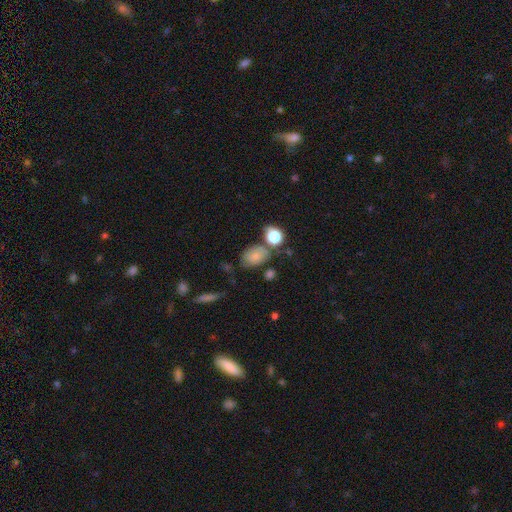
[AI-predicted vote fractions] Overall: smooth (76%). How rounded: in between (77%). Merging: none (59%; minor disturbance 20%).